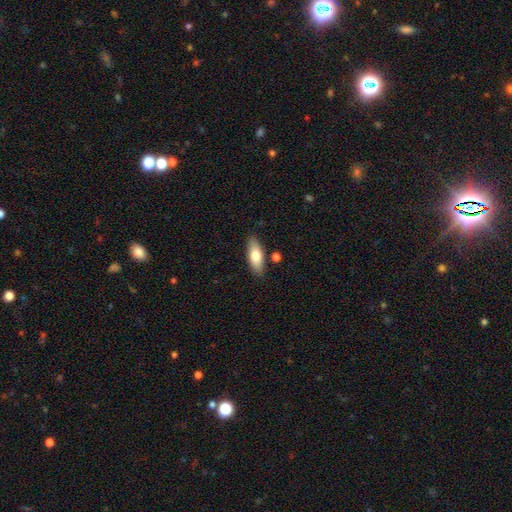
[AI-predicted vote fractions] Smooth or featured? smooth (72%)
How rounded? in between (69%)
Merging? none (82%)